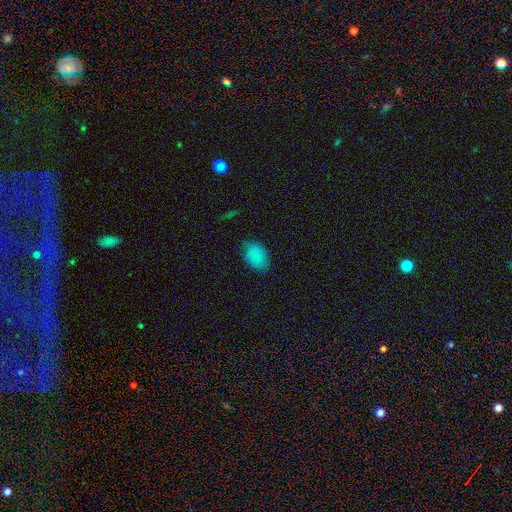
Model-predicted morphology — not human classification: smooth_or_featured: smooth (p=0.87) [alt: star or artifact p=0.09]
how_rounded: in between (p=0.87) [alt: round p=0.12]
merging: none (p=0.79) [alt: minor disturbance p=0.16]